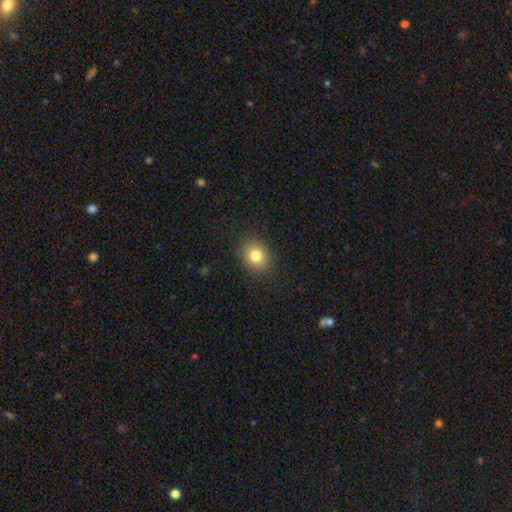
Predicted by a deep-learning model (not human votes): Smooth or featured? Predicted: smooth (p=0.81). How rounded? Predicted: round (p=0.63). Merging? Predicted: none (p=0.88).